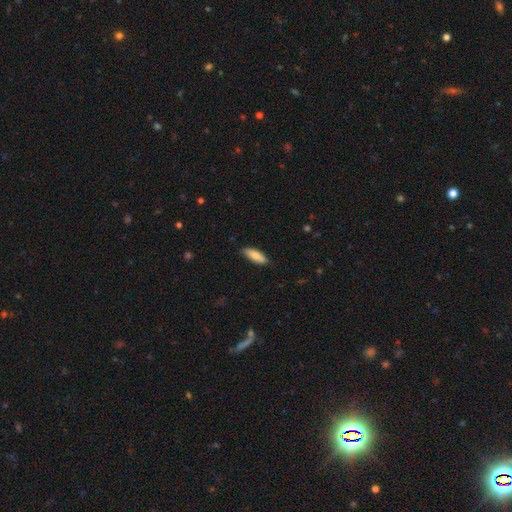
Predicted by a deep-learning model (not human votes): Morphology: type=smooth (83%); roundness=in between (59%); merging=none (85%).